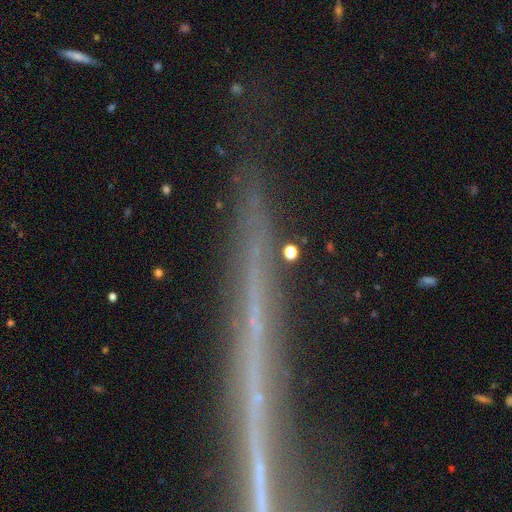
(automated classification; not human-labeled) Smooth or featured?
  - featured or disk: 55% *
  - star or artifact: 24%
  - smooth: 20%
Edge-on disk?
  - yes: 86% *
  - no: 14%
Merging?
  - none: 78% *
  - minor disturbance: 13%
  - major disturbance: 5%
  - merger: 4%